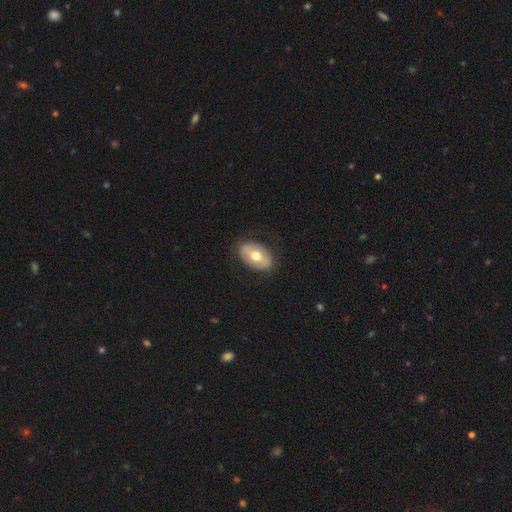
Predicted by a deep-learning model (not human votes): smooth 57%, featured or disk 37%, star or artifact 6%. Down the decision tree: how rounded — in between (88%); merging — none (83%).